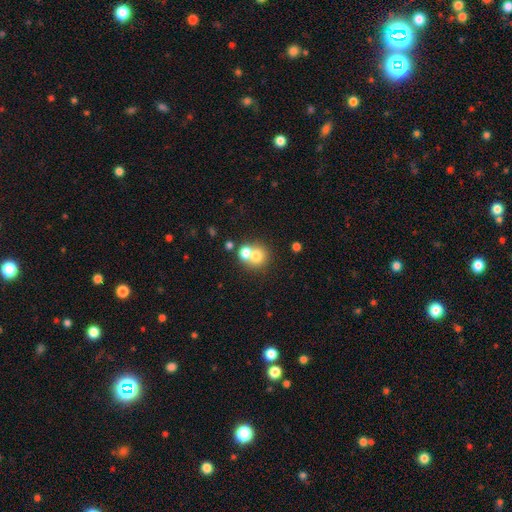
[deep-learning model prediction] smooth-or-featured: smooth: 71% | featured or disk: 17% | star or artifact: 12%
  how-rounded: round: 82% | in between: 17% | cigar-shaped: 1%
  merging: merger: 52% | none: 39% | minor disturbance: 6% | major disturbance: 3%